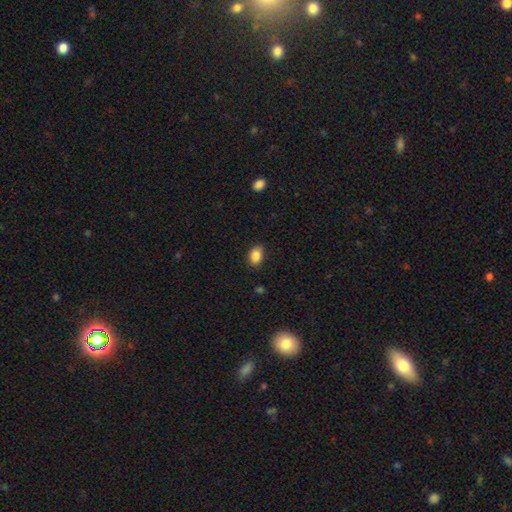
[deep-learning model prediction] A smooth galaxy with no disk features (87%) that is in between round and cigar-shaped (81%). Merging: none (83%).